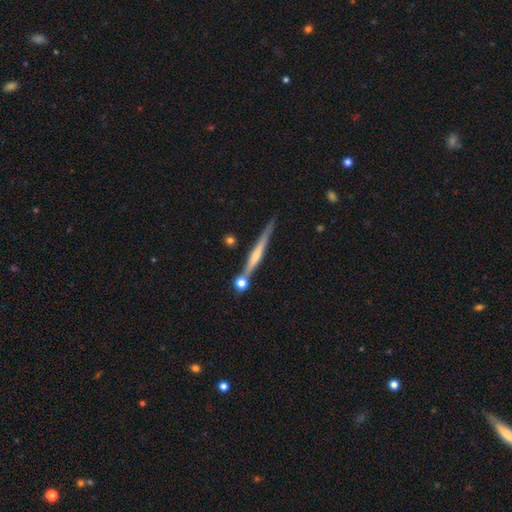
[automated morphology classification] type=featured or disk (68%); edge-on=yes (97%); edge-on bulge=rounded (49%); merging=none (79%).